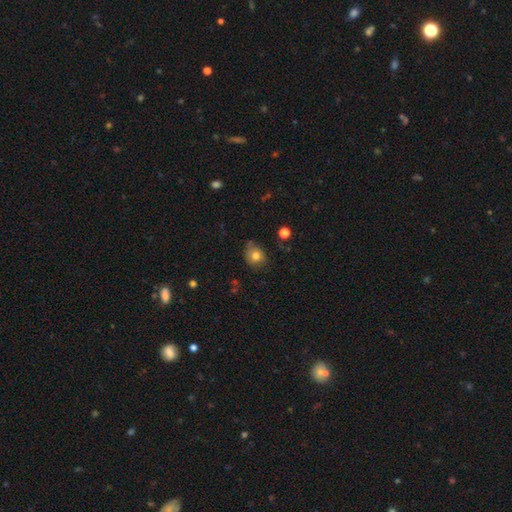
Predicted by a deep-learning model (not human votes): Smooth or featured: smooth — 77% (featured or disk — 12%)
How rounded: round — 63% (in between — 36%)
Merging: none — 63% (minor disturbance — 27%)